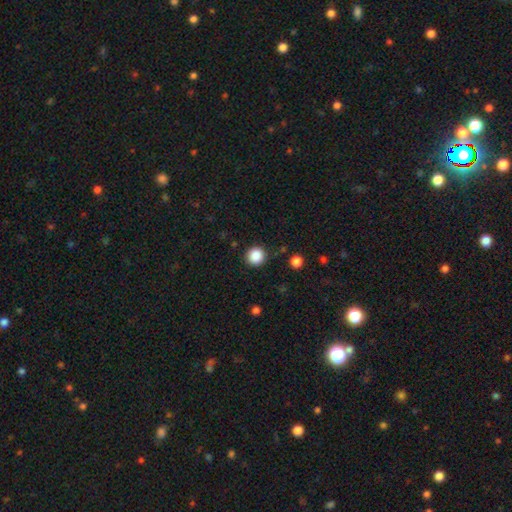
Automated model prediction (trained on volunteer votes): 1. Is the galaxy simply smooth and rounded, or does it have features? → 87% smooth, 10% star or artifact, 3% featured or disk.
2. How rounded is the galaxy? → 93% round, 6% in between, 1% cigar-shaped.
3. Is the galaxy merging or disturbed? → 90% none, 6% minor disturbance, 2% major disturbance, 1% merger.